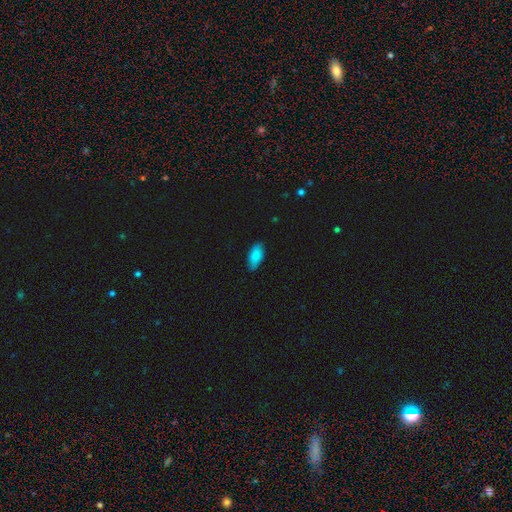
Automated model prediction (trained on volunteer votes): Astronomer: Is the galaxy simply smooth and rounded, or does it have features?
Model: smooth — 83%.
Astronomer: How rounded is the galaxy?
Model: in between — 91%.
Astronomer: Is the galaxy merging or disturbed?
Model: none — 82%.